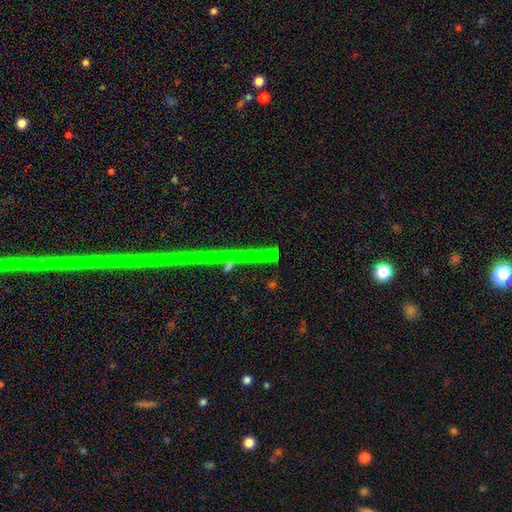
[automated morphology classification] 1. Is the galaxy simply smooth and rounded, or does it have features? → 80% star or artifact, 12% featured or disk, 8% smooth.